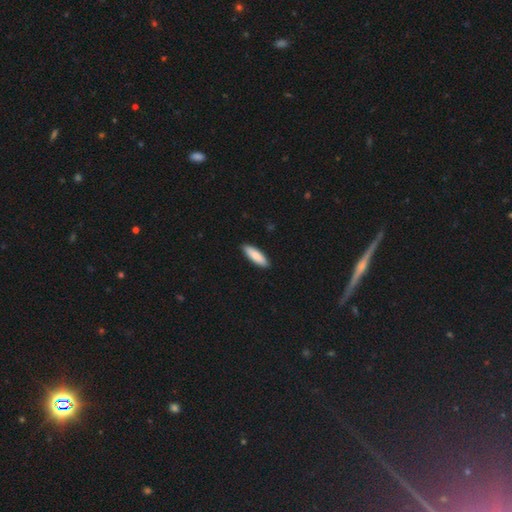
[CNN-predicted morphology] A smooth galaxy with no disk features (86%) that is in between round and cigar-shaped (50%). Merging: none (90%).